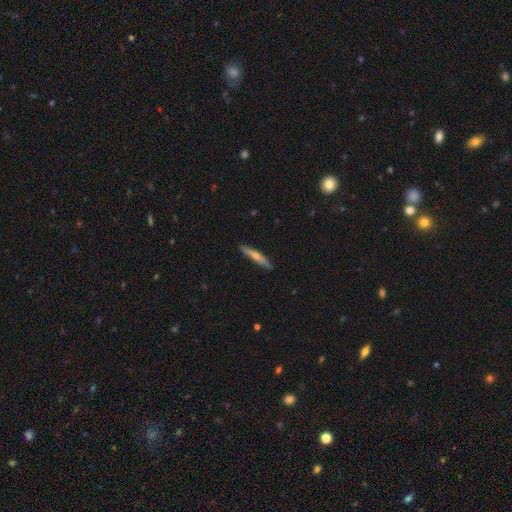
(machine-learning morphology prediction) The model was most divided on "smooth or featured": featured or disk: 53%, smooth: 42%, star or artifact: 6%. More confident: edge-on disk — yes (94%); merging — none (90%).